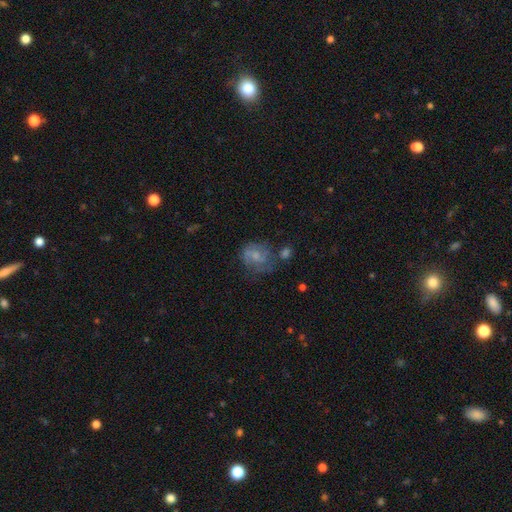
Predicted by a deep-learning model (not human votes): Overall: featured or disk (55%; smooth 34%). Edge-on disk: no (98%). Bar: no (56%; weak 38%). Spiral arms: yes (76%). Bulge size: small (44%; moderate 34%). Merging: none (49%; minor disturbance 25%).